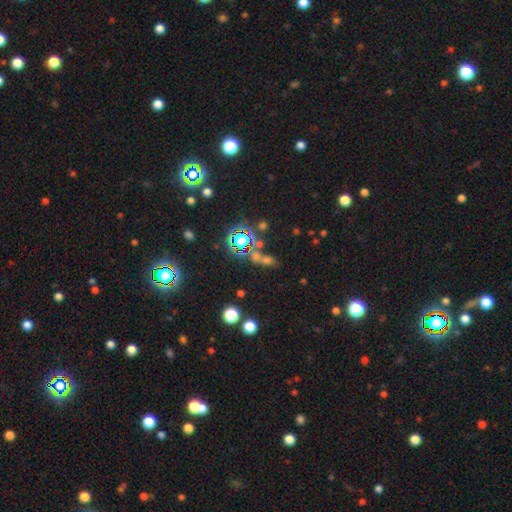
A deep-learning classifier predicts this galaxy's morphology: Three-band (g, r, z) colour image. It shows a star or artifact, not a galaxy (61%).